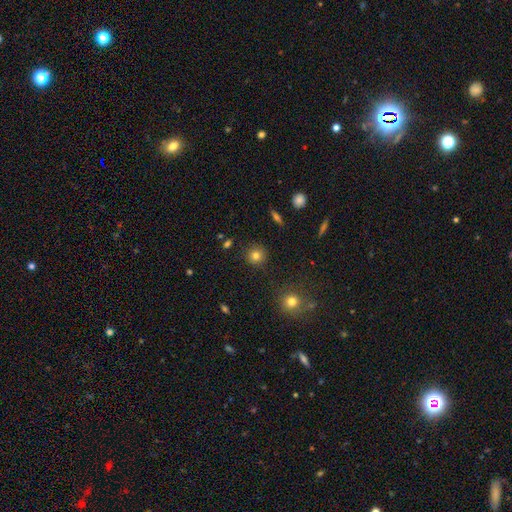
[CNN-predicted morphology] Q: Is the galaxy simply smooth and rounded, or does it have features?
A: smooth — 79%.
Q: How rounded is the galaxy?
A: round — 93%.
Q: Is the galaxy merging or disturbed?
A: none — 89%.